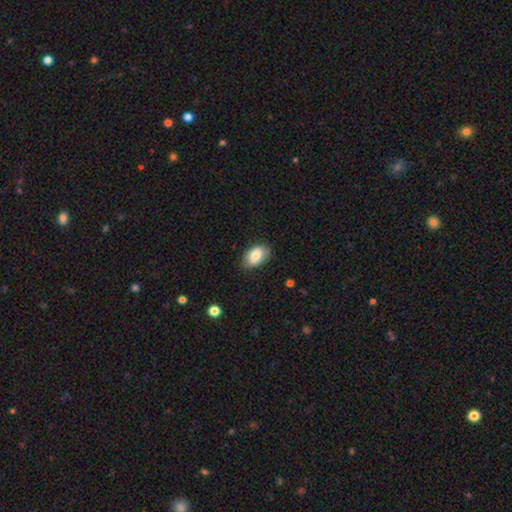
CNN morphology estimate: This appears to be a smooth galaxy with no disk features (81%) that is in between round and cigar-shaped (91%). Merging: none (79%).